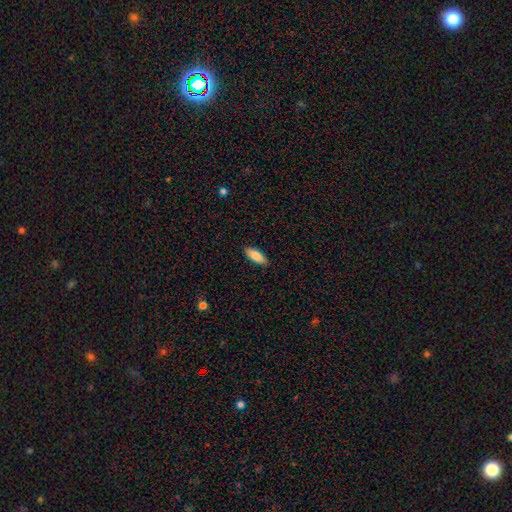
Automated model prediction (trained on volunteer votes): A smooth galaxy with no disk features (86%) that is in between round and cigar-shaped (80%).

Vote fractions:
- Smooth or featured? smooth: 86% / featured or disk: 8% / star or artifact: 6%
- How rounded? in between: 80% / cigar-shaped: 18% / round: 2%
- Merging? none: 88% / minor disturbance: 9% / major disturbance: 2% / merger: 1%